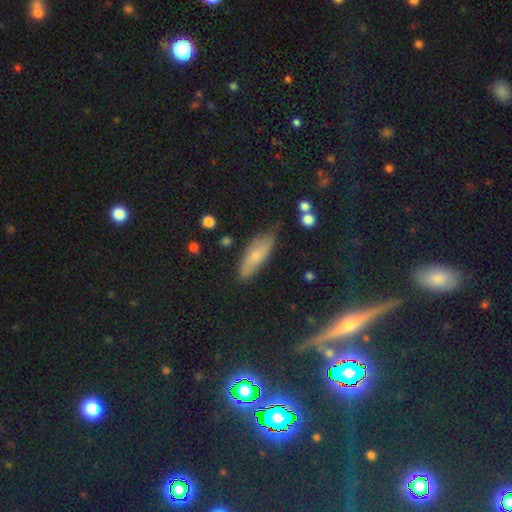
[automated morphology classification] Smooth or featured? Predicted: smooth (p=0.61). How rounded? Predicted: in between (p=0.63). Merging? Predicted: none (p=0.64).